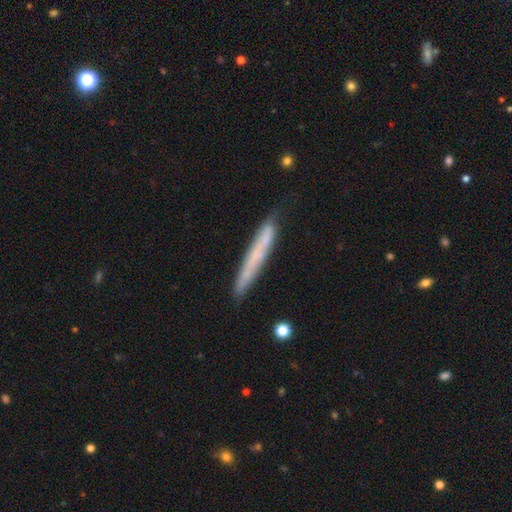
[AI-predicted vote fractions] Smooth or featured? Predicted: smooth (p=0.56). How rounded? Predicted: cigar-shaped (p=0.96). Merging? Predicted: none (p=0.75).